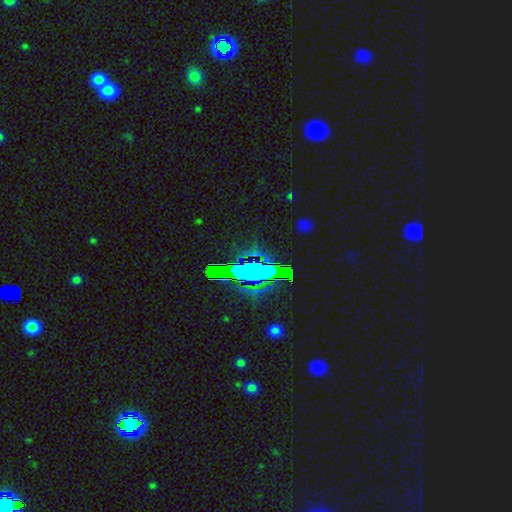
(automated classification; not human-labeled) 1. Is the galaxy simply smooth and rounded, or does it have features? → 80% star or artifact, 11% smooth, 8% featured or disk.